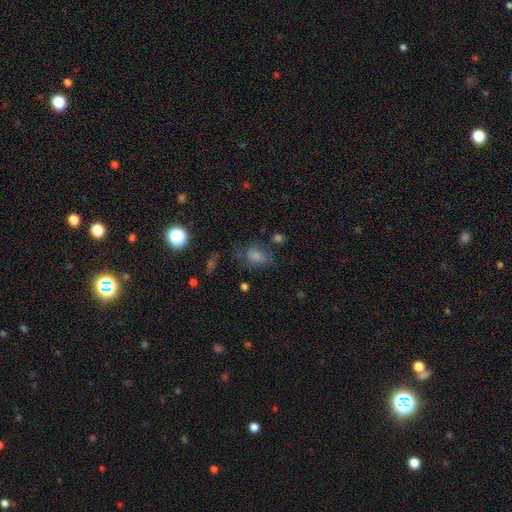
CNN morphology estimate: Smooth or featured? Predicted: smooth (p=0.65). How rounded? Predicted: in between (p=0.69). Merging? Predicted: none (p=0.49).